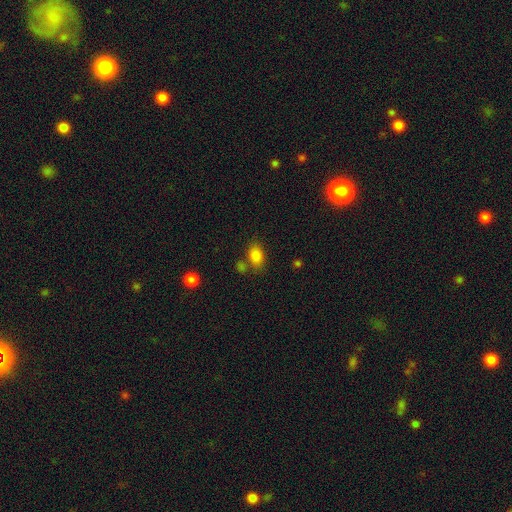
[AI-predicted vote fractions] The model was most divided on "merging": none: 66%, minor disturbance: 15%, merger: 14%, major disturbance: 5%. More confident: smooth or featured — smooth (84%); how rounded — in between (83%).